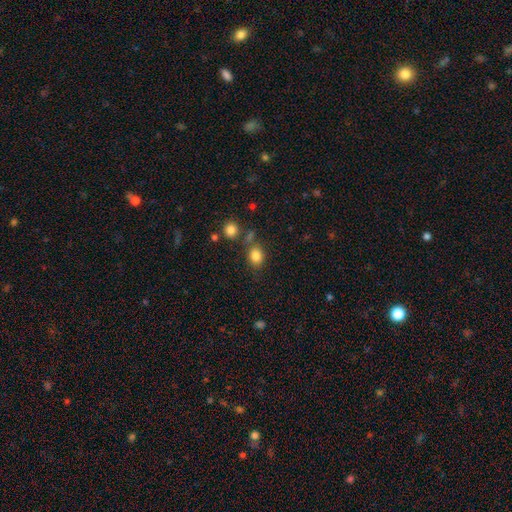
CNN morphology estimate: smooth_or_featured: smooth (p=0.84) [alt: star or artifact p=0.11]
how_rounded: round (p=0.51) [alt: in between p=0.48]
merging: none (p=0.71) [alt: minor disturbance p=0.13]